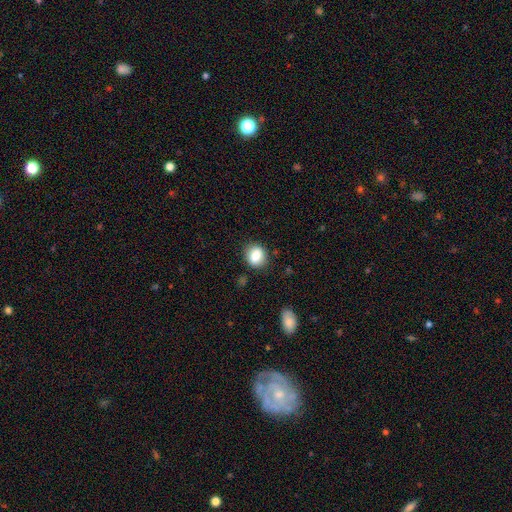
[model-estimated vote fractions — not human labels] Overall: smooth (83%). How rounded: round (56%; in between 43%). Merging: none (83%).